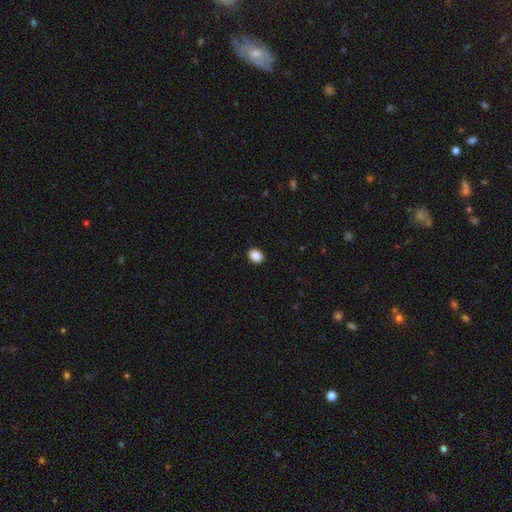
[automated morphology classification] Smooth or featured?
  - smooth: 89% *
  - star or artifact: 8%
  - featured or disk: 3%
How rounded?
  - in between: 71% *
  - round: 28%
  - cigar-shaped: 1%
Merging?
  - none: 90% *
  - minor disturbance: 7%
  - major disturbance: 2%
  - merger: 1%